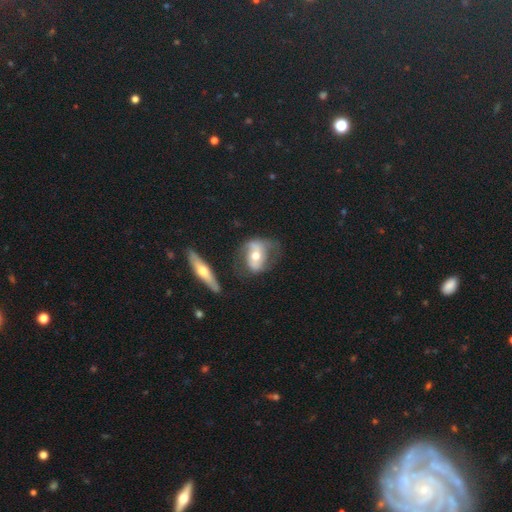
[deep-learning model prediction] Q: Smooth or featured?
A: featured or disk (63%); runner-up: smooth (31%)
Q: Edge-on disk?
A: no (88%); runner-up: yes (12%)
Q: Bar?
A: no (50%); runner-up: weak (28%)
Q: Spiral arms?
A: yes (65%); runner-up: no (35%)
Q: Bulge size?
A: moderate (71%); runner-up: small (19%)
Q: Merging?
A: none (47%); runner-up: minor disturbance (26%)